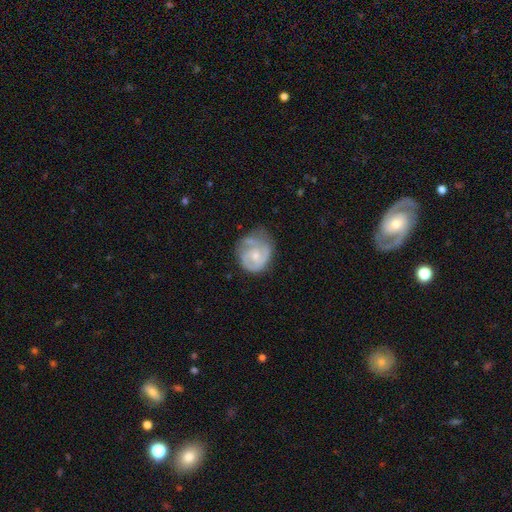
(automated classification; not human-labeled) Smooth or featured: featured or disk — 66% (smooth — 28%)
Edge-on disk: no — 98% (yes — 2%)
Bar: no — 73% (weak — 24%)
Spiral arms: yes — 79% (no — 21%)
Spiral winding: tight — 51% (medium — 36%)
Spiral arm count: 2 — 41% (can't tell — 25%)
Bulge size: small — 51% (moderate — 43%)
Merging: none — 42% (minor disturbance — 32%)